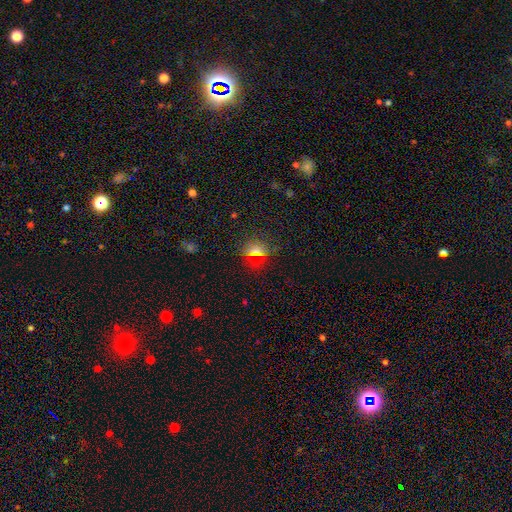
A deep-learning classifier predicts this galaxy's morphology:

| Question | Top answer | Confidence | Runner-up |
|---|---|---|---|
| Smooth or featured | smooth | 61% | star or artifact (29%) |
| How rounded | round | 74% | in between (23%) |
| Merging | none | 82% | minor disturbance (10%) |